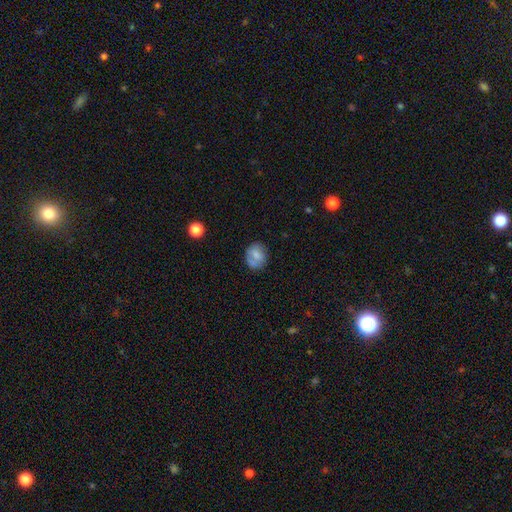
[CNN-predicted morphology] A smooth galaxy with no disk features (70%) that is round (64%).

Vote fractions:
- Smooth or featured? smooth: 70% / featured or disk: 21% / star or artifact: 9%
- How rounded? round: 64% / in between: 35% / cigar-shaped: 1%
- Merging? none: 62% / minor disturbance: 22% / merger: 9% / major disturbance: 8%